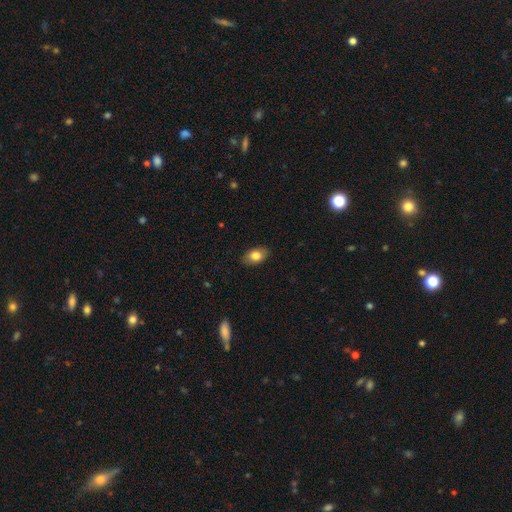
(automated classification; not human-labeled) Overall: smooth (81%). How rounded: in between (89%). Merging: none (87%).